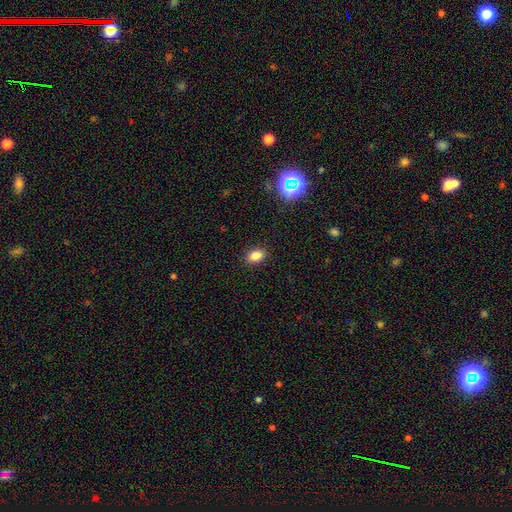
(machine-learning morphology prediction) smooth 83%, star or artifact 11%, featured or disk 5%. Down the decision tree: how rounded — in between (82%); merging — none (89%).